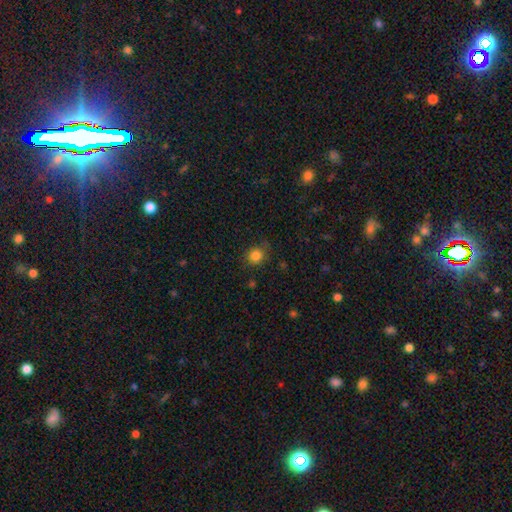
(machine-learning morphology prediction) A smooth galaxy with no disk features (83%) that is round (88%).

Vote fractions:
- Smooth or featured? smooth: 83% / star or artifact: 12% / featured or disk: 5%
- How rounded? round: 88% / in between: 11% / cigar-shaped: 1%
- Merging? none: 82% / minor disturbance: 13% / major disturbance: 4% / merger: 2%